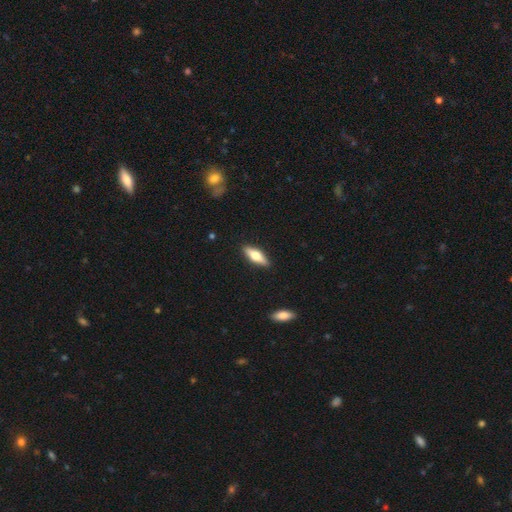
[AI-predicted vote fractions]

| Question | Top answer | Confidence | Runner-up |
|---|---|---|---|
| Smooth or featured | smooth | 59% | featured or disk (35%) |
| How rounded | in between | 52% | cigar-shaped (46%) |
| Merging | none | 89% | minor disturbance (8%) |